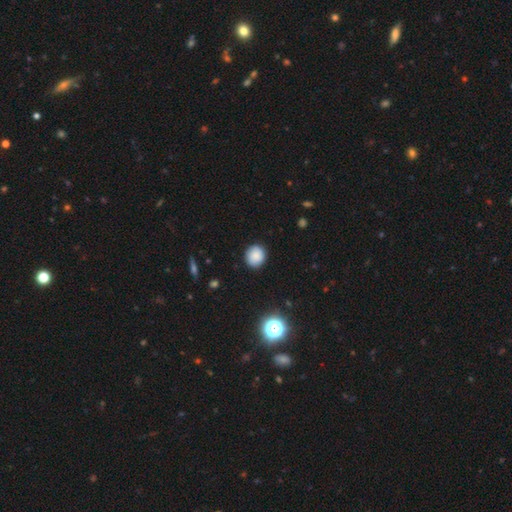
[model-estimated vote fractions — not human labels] Morphology: type=smooth (85%); roundness=round (82%); merging=none (88%).